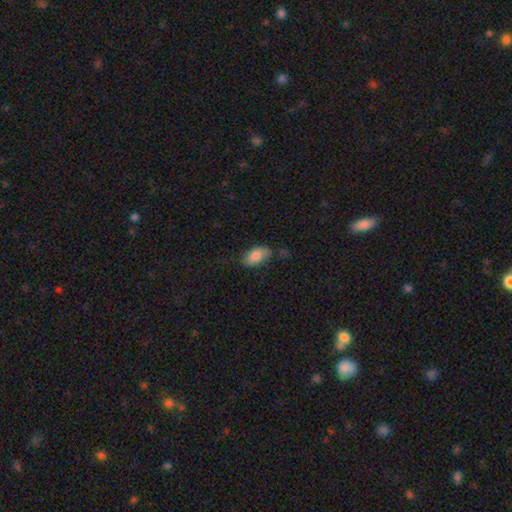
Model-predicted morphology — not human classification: This appears to be a smooth galaxy with no disk features (82%) that is in between round and cigar-shaped (93%). Merging: none (63%).